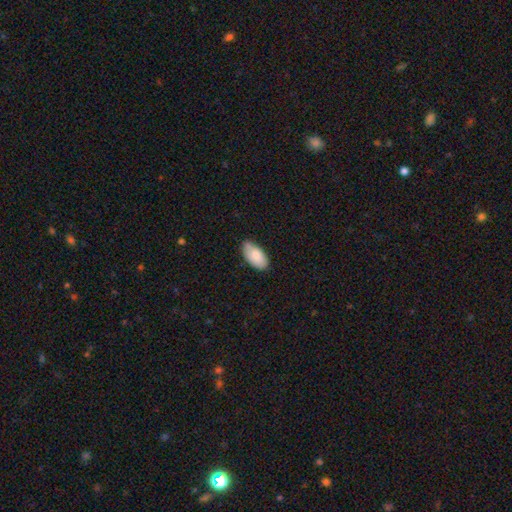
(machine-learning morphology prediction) Smooth or featured: smooth — 82% (featured or disk — 12%)
How rounded: in between — 95% (cigar-shaped — 3%)
Merging: none — 68% (minor disturbance — 27%)